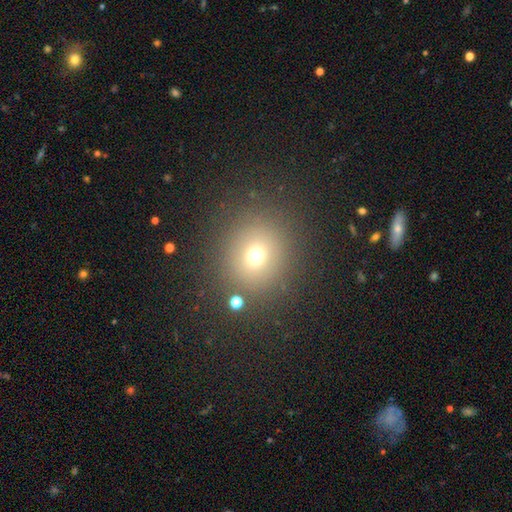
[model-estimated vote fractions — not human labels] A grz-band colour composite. It shows a smooth galaxy with no disk features (69%) that is round (86%). Merging: none (84%).